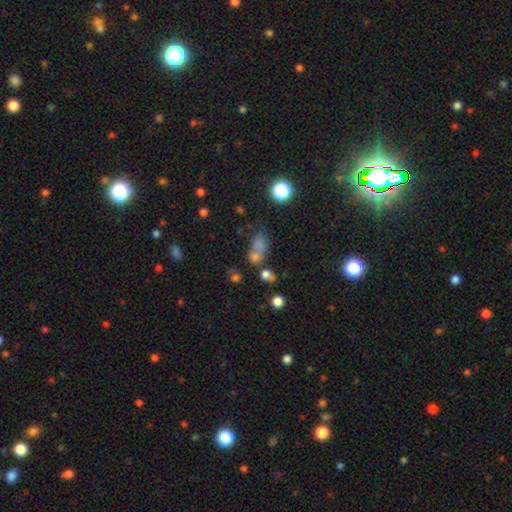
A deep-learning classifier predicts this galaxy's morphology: smooth_or_featured: smooth (p=0.62) [alt: star or artifact p=0.24]
how_rounded: in between (p=0.58) [alt: round p=0.38]
merging: merger (p=0.44) [alt: none p=0.33]